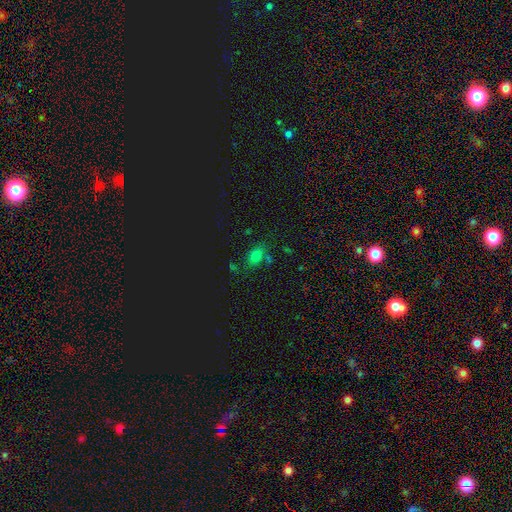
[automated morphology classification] Smooth or featured? smooth (67%)
How rounded? in between (72%)
Merging? none (69%)